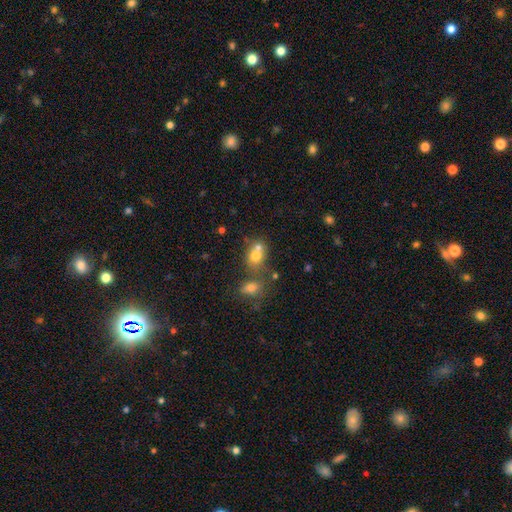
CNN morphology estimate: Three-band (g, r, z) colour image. It shows a smooth galaxy with no disk features (71%) that is round (59%). Merging: merger (51%).